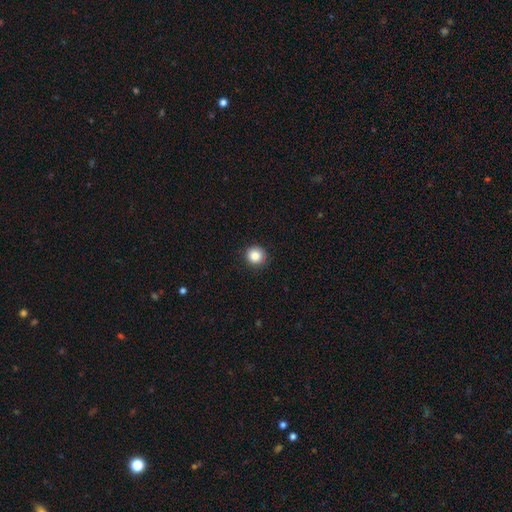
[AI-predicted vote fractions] Smooth or featured? Predicted: smooth (p=0.86). How rounded? Predicted: round (p=0.92). Merging? Predicted: none (p=0.90).